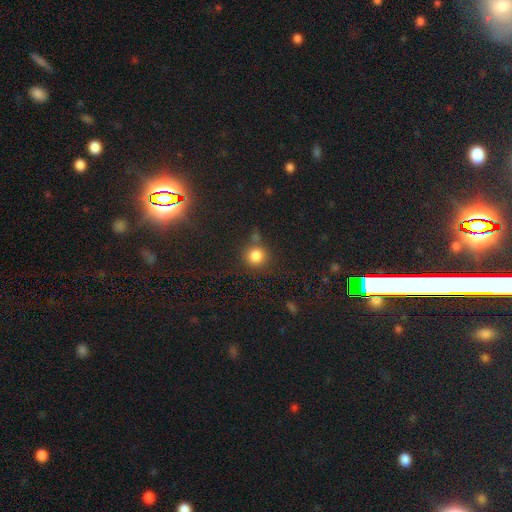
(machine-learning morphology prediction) The model was most divided on "merging": none: 69%, minor disturbance: 13%, merger: 13%, major disturbance: 6%. More confident: how rounded — round (90%); smooth or featured — smooth (81%).